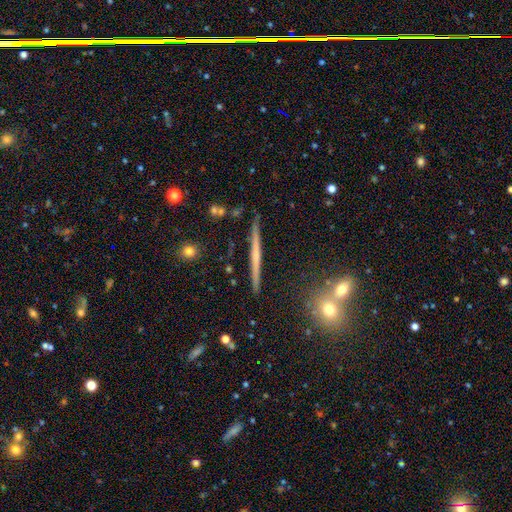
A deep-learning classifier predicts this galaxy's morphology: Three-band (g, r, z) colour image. It shows a featured or disk galaxy (62%) viewed edge-on (97%) with no central bulge (72%). Merging: none (90%).